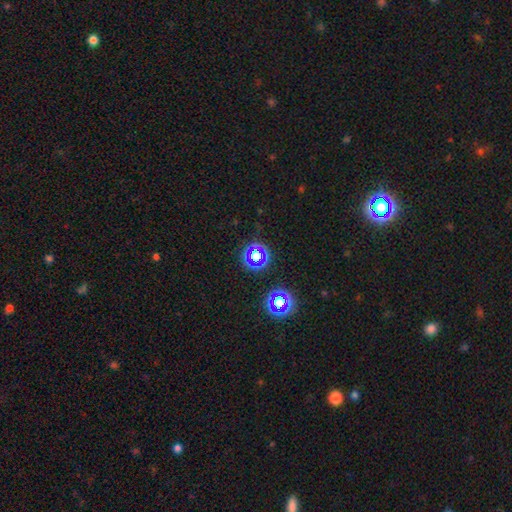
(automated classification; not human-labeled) smooth_or_featured: star or artifact (p=0.64) [alt: smooth p=0.24]